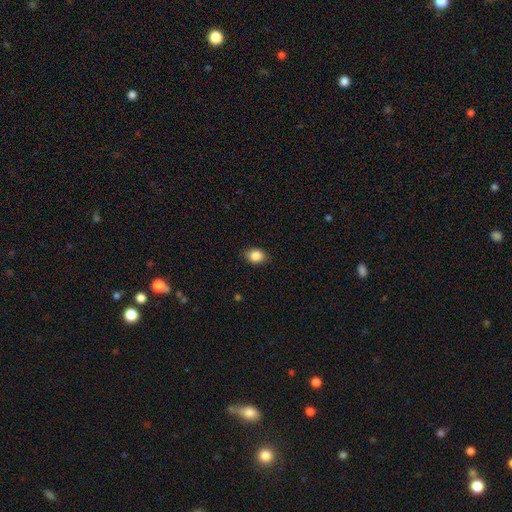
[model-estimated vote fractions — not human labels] This appears to be a smooth galaxy with no disk features (86%) that is in between round and cigar-shaped (59%). Merging: none (84%).